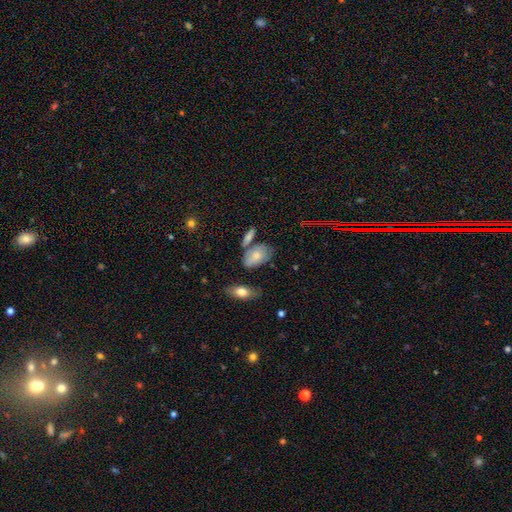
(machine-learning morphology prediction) The model was most divided on "merging": none: 53%, minor disturbance: 21%, merger: 20%, major disturbance: 7%. More confident: how rounded — in between (88%); smooth or featured — smooth (72%).